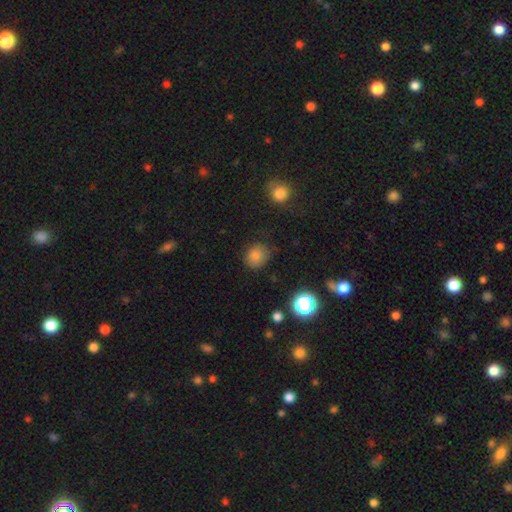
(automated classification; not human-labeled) Smooth or featured?
  - smooth: 79% *
  - star or artifact: 14%
  - featured or disk: 7%
How rounded?
  - round: 67% *
  - in between: 32%
  - cigar-shaped: 1%
Merging?
  - none: 71% *
  - minor disturbance: 22%
  - major disturbance: 5%
  - merger: 2%